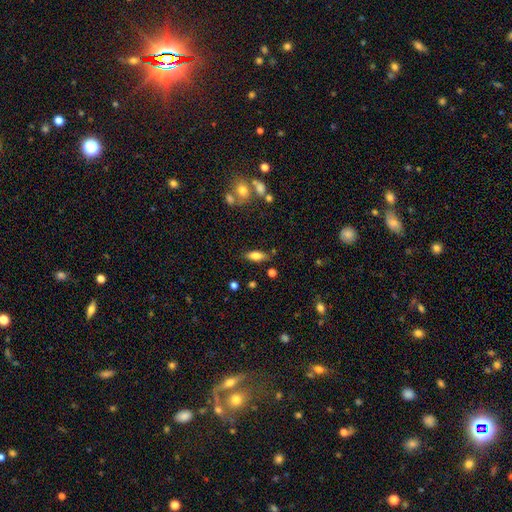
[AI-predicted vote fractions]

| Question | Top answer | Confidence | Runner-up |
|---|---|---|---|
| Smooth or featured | smooth | 76% | featured or disk (16%) |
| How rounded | in between | 76% | cigar-shaped (21%) |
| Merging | none | 80% | minor disturbance (13%) |